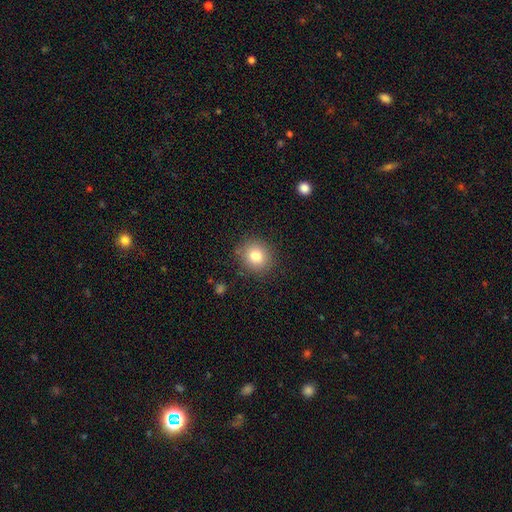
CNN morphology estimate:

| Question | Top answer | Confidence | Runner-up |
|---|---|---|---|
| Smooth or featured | smooth | 79% | star or artifact (11%) |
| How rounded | round | 84% | in between (15%) |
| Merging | none | 87% | minor disturbance (9%) |